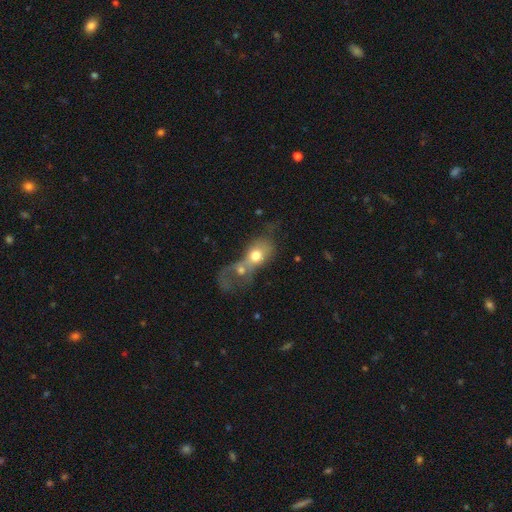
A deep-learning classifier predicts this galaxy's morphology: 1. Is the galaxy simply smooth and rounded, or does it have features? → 62% smooth, 29% featured or disk, 9% star or artifact.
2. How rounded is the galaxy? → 58% in between, 39% round, 3% cigar-shaped.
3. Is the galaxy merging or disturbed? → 73% merger, 13% major disturbance, 9% none, 5% minor disturbance.